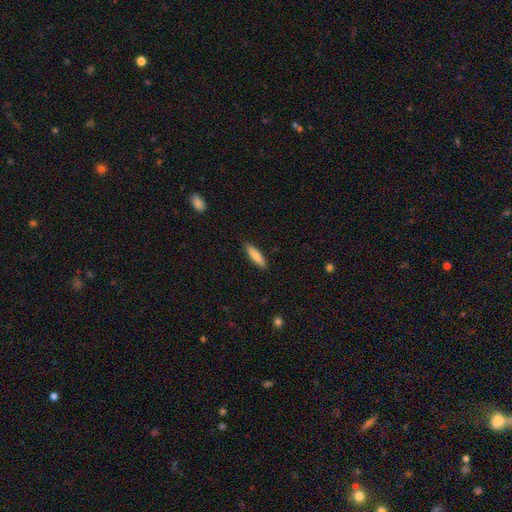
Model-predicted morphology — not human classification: type=smooth (80%); roundness=cigar-shaped (73%); merging=none (89%).